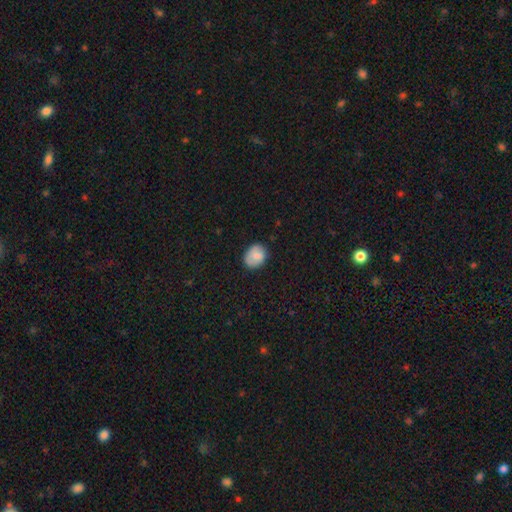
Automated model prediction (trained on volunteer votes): smooth 80%, featured or disk 12%, star or artifact 8%. Down the decision tree: how rounded — in between (54%); merging — none (77%).